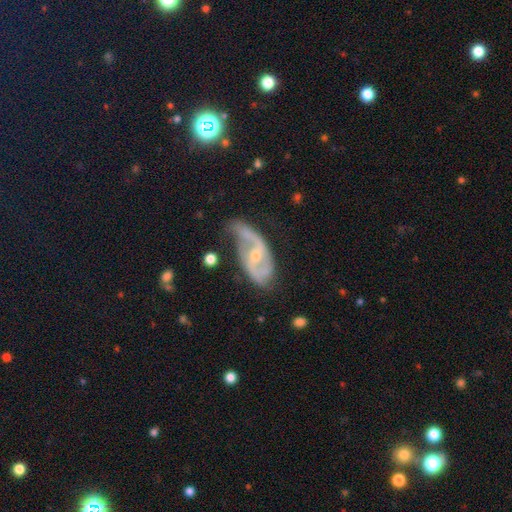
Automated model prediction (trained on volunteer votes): The model was most divided on "spiral winding": loose: 44%, medium: 40%, tight: 16%. Remaining: edge-on disk — no (94%); spiral arms — yes (91%); smooth or featured — featured or disk (83%); spiral arm count — 2 (80%); bulge size — small (53%); merging — none (46%); bar — weak (44%).